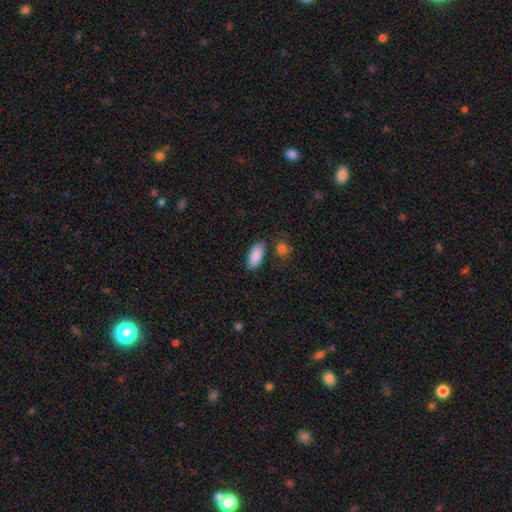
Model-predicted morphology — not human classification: Smooth or featured? smooth (88%)
How rounded? in between (86%)
Merging? none (80%)